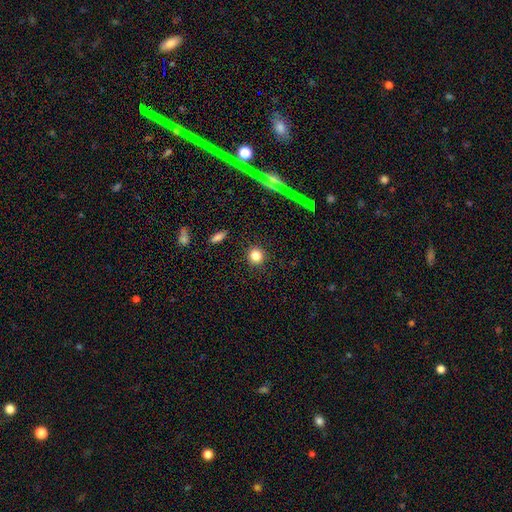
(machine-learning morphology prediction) Overall: smooth (83%). How rounded: round (91%). Merging: none (91%).